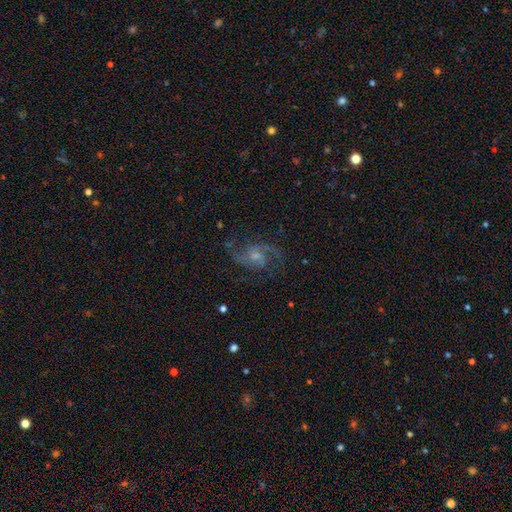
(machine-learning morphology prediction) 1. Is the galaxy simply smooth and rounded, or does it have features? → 85% featured or disk, 9% star or artifact, 6% smooth.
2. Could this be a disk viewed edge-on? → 98% no, 2% yes.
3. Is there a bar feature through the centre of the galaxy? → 59% no, 35% weak, 7% strong.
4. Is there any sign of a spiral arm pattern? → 97% yes, 3% no.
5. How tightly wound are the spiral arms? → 56% medium, 30% loose, 14% tight.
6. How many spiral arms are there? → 84% 2, 5% 3, 4% can't tell, 2% 1, 2% 4, 2% more than 4.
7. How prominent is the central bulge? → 50% small, 39% moderate, 6% none, 4% large, 1% dominant.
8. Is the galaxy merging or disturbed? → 75% none, 14% minor disturbance, 9% major disturbance, 1% merger.